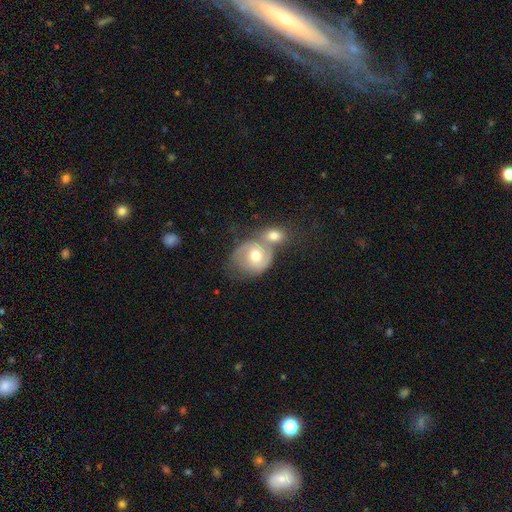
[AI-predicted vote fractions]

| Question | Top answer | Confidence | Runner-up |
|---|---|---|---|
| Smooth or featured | featured or disk | 51% | smooth (41%) |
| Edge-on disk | no | 97% | yes (3%) |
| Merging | merger | 59% | none (24%) |